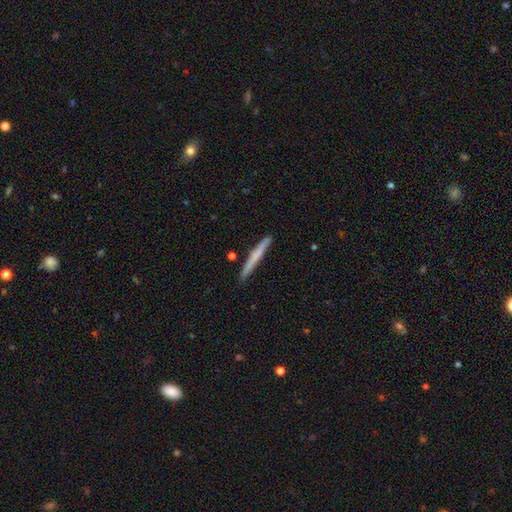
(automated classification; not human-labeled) The model was most divided on "smooth or featured": smooth: 58%, featured or disk: 36%, star or artifact: 5%. More confident: how rounded — cigar-shaped (97%); merging — none (89%).